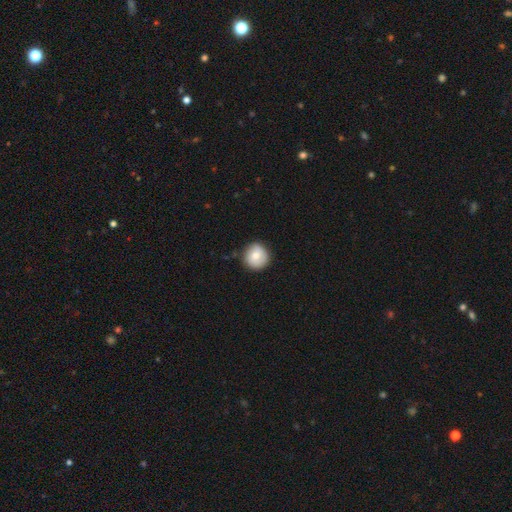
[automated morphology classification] Smooth or featured?
  - smooth: 74% *
  - featured or disk: 19%
  - star or artifact: 7%
How rounded?
  - round: 92% *
  - in between: 7%
  - cigar-shaped: 1%
Merging?
  - none: 85% *
  - minor disturbance: 12%
  - major disturbance: 2%
  - merger: 1%